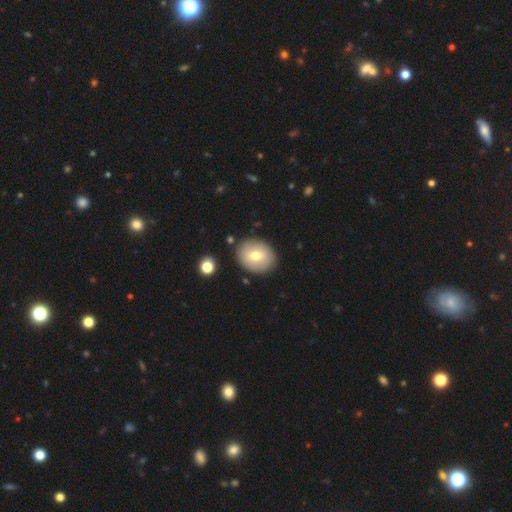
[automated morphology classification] type=smooth (68%); roundness=round (50%); merging=none (86%).